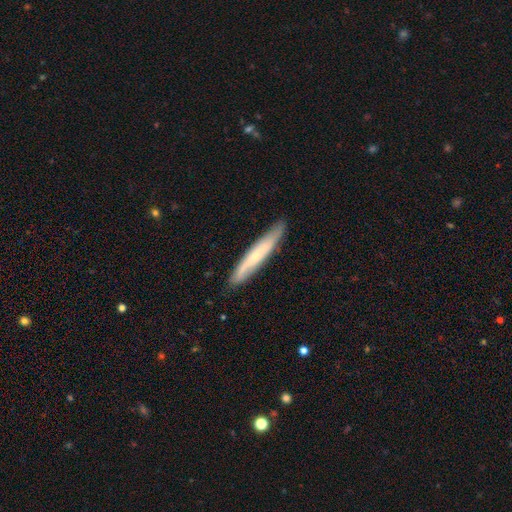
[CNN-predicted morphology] The model was most divided on "smooth or featured": smooth: 50%, featured or disk: 44%, star or artifact: 6%. More confident: merging — none (86%).